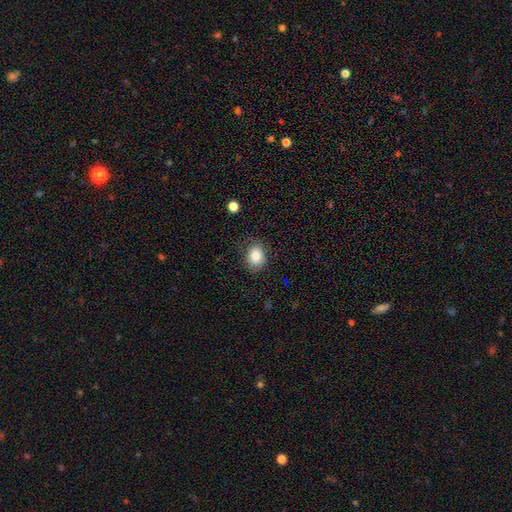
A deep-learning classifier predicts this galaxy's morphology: Smooth or featured: smooth — 82% (star or artifact — 9%)
How rounded: in between — 56% (round — 44%)
Merging: none — 78% (minor disturbance — 17%)